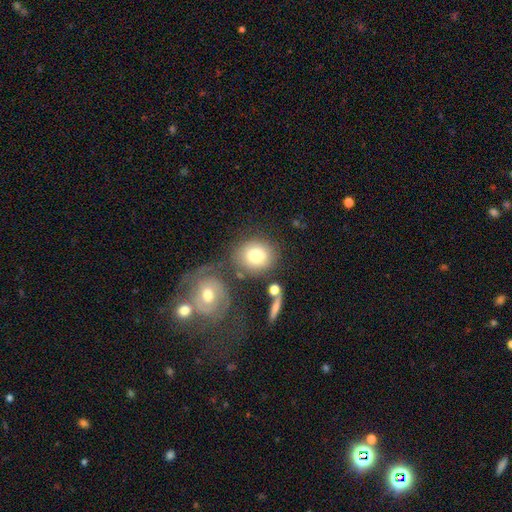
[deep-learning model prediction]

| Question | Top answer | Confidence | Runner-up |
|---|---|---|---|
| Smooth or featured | smooth | 76% | featured or disk (16%) |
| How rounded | round | 69% | in between (29%) |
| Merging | none | 67% | merger (13%) |